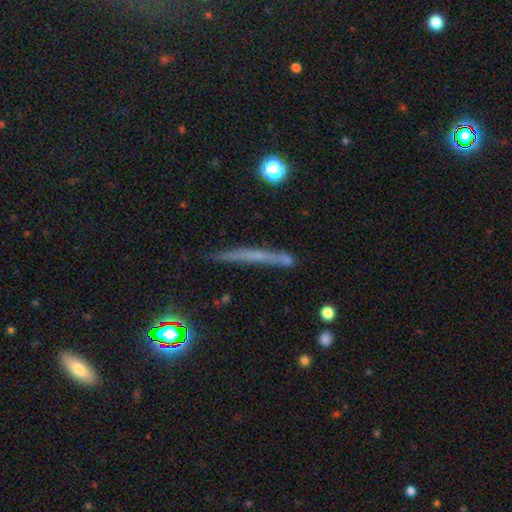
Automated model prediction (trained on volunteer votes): Smooth or featured: featured or disk — 45% (smooth — 39%)
Merging: none — 77% (minor disturbance — 15%)